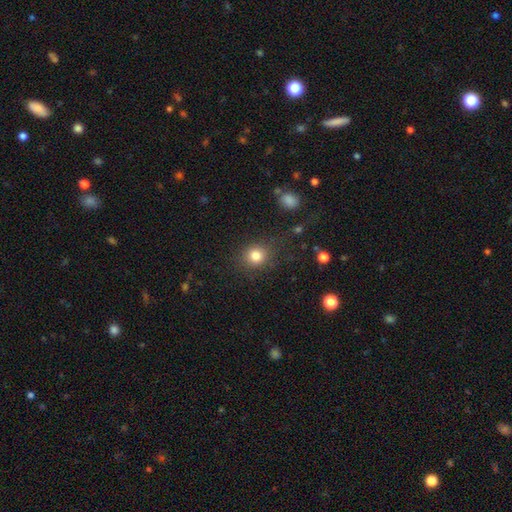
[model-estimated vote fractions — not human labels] smooth 82%, star or artifact 12%, featured or disk 6%. Down the decision tree: how rounded — round (82%); merging — none (81%).